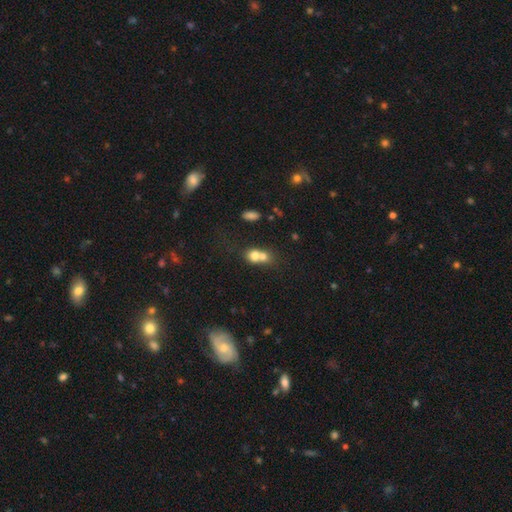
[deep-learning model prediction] Smooth or featured? smooth (71%)
How rounded? round (65%)
Merging? merger (68%)